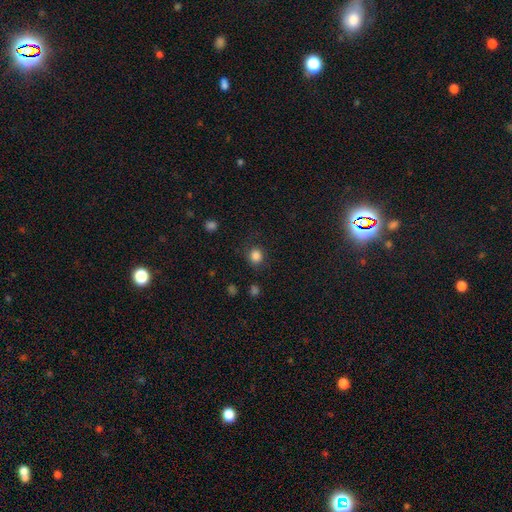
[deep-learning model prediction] This is clearly a smooth galaxy (84%). How rounded: clearly round (82%). Merging: clearly none (81%).